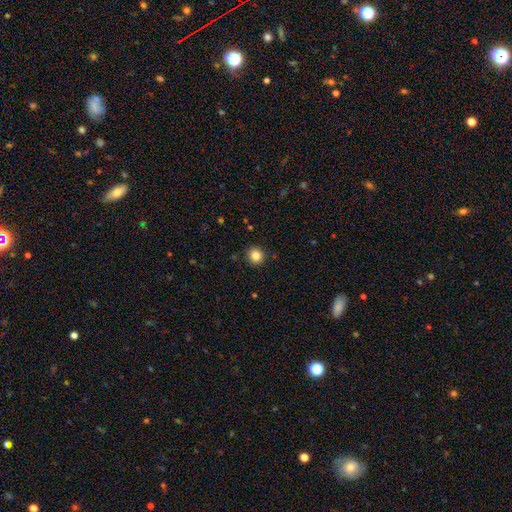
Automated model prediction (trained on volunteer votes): A smooth galaxy with no disk features (84%) that is round (91%).

Vote fractions:
- Smooth or featured? smooth: 84% / star or artifact: 11% / featured or disk: 5%
- How rounded? round: 91% / in between: 8% / cigar-shaped: 1%
- Merging? none: 91% / minor disturbance: 6% / major disturbance: 2% / merger: 1%